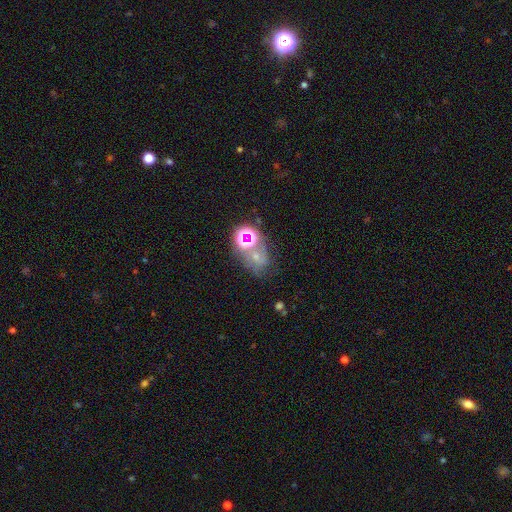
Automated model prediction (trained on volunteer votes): Smooth or featured? star or artifact (40%)